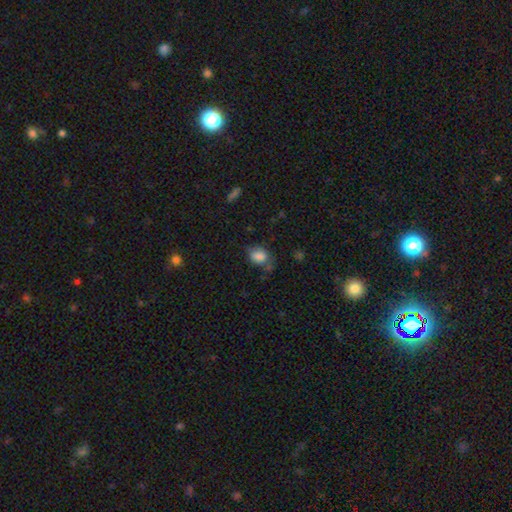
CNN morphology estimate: This appears to be a smooth galaxy with no disk features (78%) that is in between round and cigar-shaped (61%). Merging: none (62%).